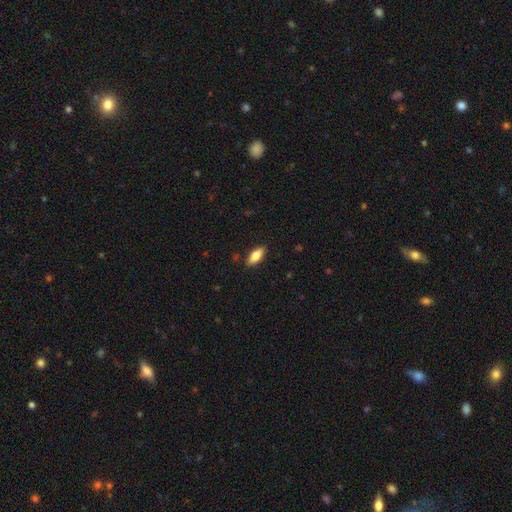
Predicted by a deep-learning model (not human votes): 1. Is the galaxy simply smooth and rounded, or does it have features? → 74% smooth, 19% featured or disk, 6% star or artifact.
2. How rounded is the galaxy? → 77% in between, 20% cigar-shaped, 2% round.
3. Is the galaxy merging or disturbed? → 88% none, 9% minor disturbance, 2% major disturbance, 1% merger.